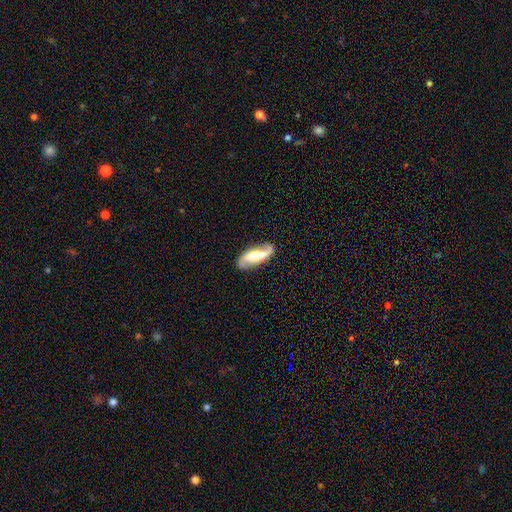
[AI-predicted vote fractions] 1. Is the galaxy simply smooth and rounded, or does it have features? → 70% featured or disk, 24% smooth, 6% star or artifact.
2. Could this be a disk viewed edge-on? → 91% no, 9% yes.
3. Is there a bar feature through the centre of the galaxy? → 41% strong, 36% weak, 23% no.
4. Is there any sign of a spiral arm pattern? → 93% yes, 7% no.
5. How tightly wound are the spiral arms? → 65% loose, 25% medium, 10% tight.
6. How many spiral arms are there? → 90% 2, 4% 1, 3% can't tell, 1% 3, 1% 4, 1% more than 4.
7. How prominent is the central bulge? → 32% moderate, 29% large, 19% small, 15% none, 5% dominant.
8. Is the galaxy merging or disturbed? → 81% none, 14% minor disturbance, 4% major disturbance, 2% merger.